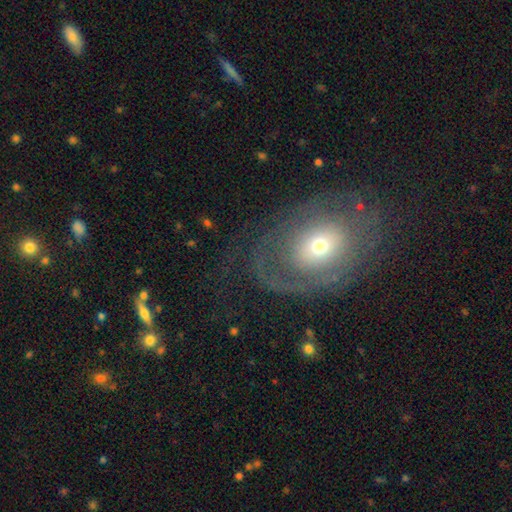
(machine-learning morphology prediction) Q: Smooth or featured?
A: featured or disk (59%); runner-up: smooth (31%)
Q: Edge-on disk?
A: no (93%); runner-up: yes (7%)
Q: Bar?
A: no (81%); runner-up: weak (15%)
Q: Spiral arms?
A: yes (52%); runner-up: no (48%)
Q: Bulge size?
A: moderate (48%); runner-up: small (43%)
Q: Merging?
A: none (65%); runner-up: minor disturbance (17%)